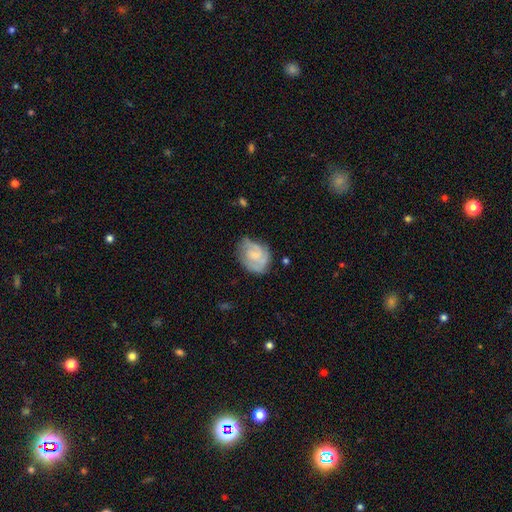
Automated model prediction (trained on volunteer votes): featured or disk 63%, smooth 30%, star or artifact 7%. Down the decision tree: edge-on disk — no (97%); bar — no (59%); spiral arms — yes (86%); spiral arm count — 2 (38%); spiral winding — tight (49%); bulge size — small (41%); merging — none (58%).